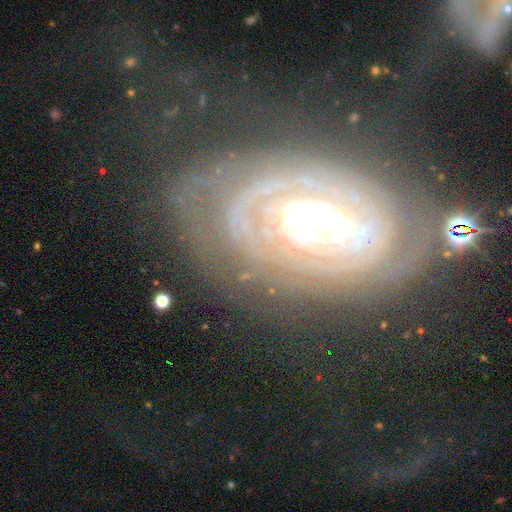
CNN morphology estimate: Overall: featured or disk (87%). Edge-on disk: no (95%). Bar: no (70%). Spiral arms: yes (88%). Spiral arm count: can't tell (36%; 2 29%). Spiral winding: tight (78%). Bulge size: moderate (57%; small 23%). Merging: none (63%).